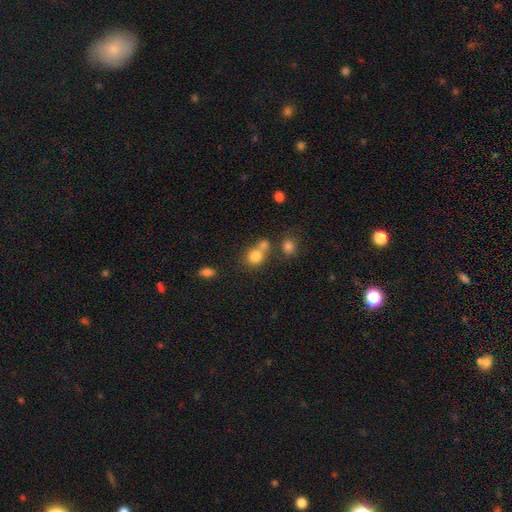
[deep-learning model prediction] Morphology: type=smooth (80%); roundness=round (82%); merging=none (48%).